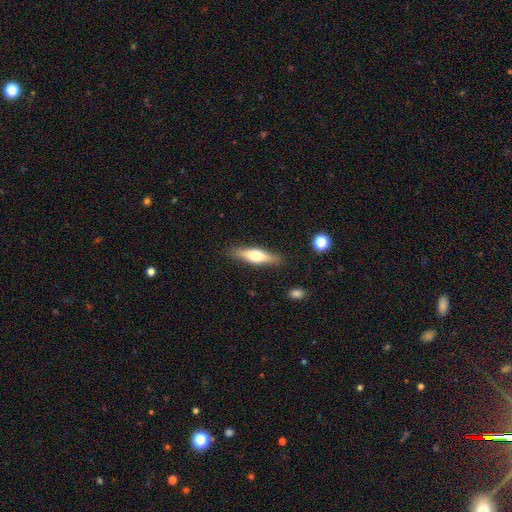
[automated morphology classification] type=smooth (48%); merging=none (86%).